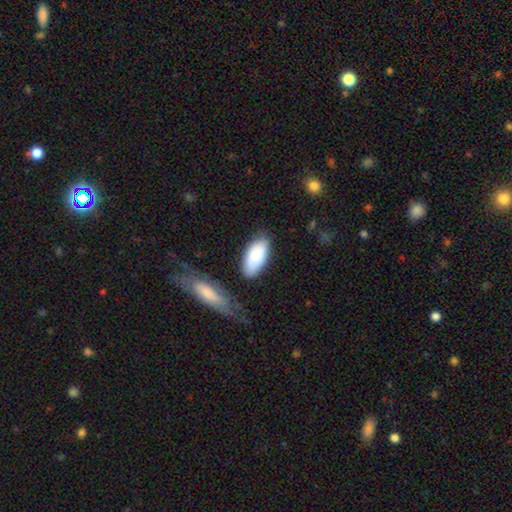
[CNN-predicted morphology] smooth_or_featured: smooth (p=0.84) [alt: featured or disk p=0.10]
how_rounded: in between (p=0.89) [alt: cigar-shaped p=0.09]
merging: none (p=0.70) [alt: minor disturbance p=0.18]